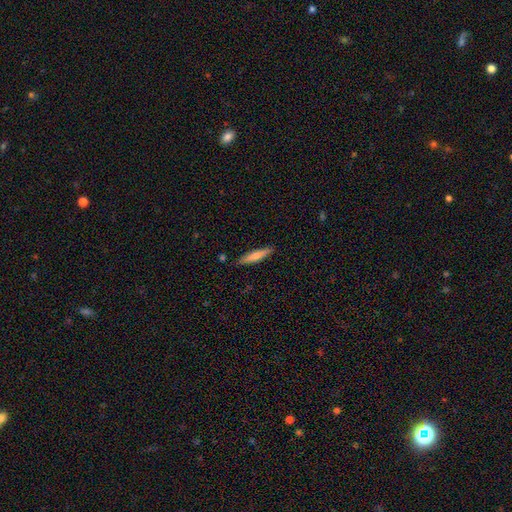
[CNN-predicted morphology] type=smooth (73%); roundness=cigar-shaped (86%); merging=none (87%).